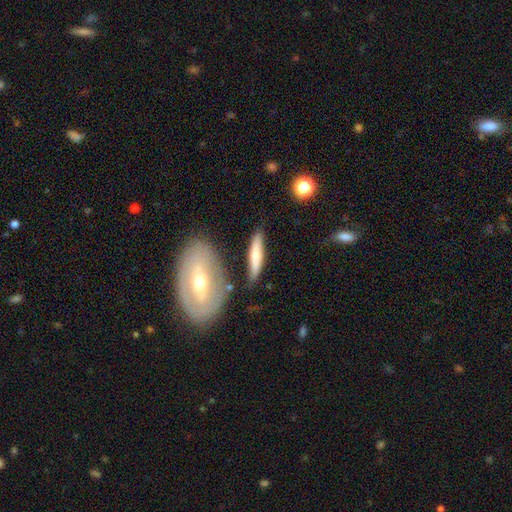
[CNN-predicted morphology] smooth_or_featured: smooth (p=0.60) [alt: featured or disk p=0.34]
how_rounded: cigar-shaped (p=0.82) [alt: in between p=0.16]
merging: none (p=0.77) [alt: minor disturbance p=0.13]